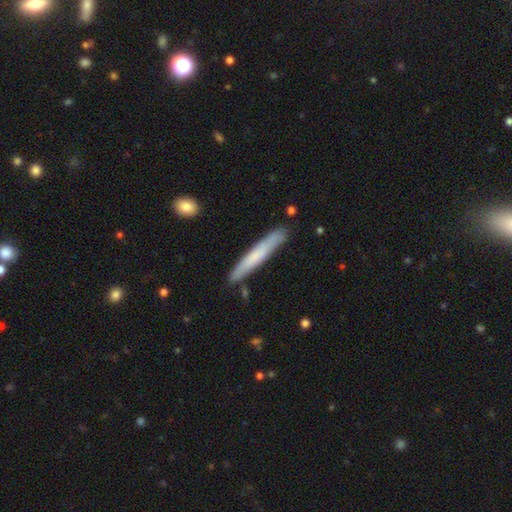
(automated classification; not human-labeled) A smooth galaxy with no disk features (63%) that is cigar-shaped (95%). Merging: none (85%).